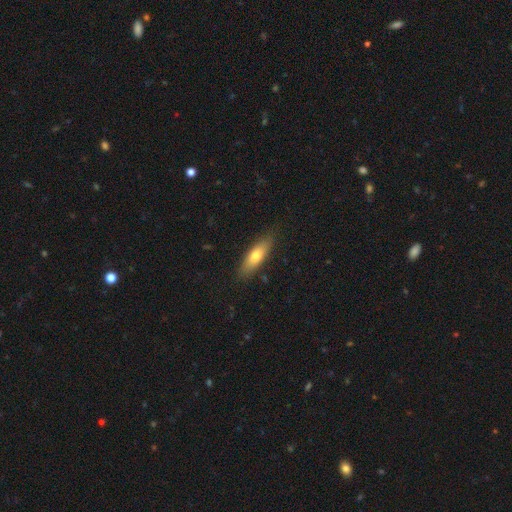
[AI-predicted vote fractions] Smooth or featured? smooth (69%)
How rounded? in between (55%)
Merging? none (83%)